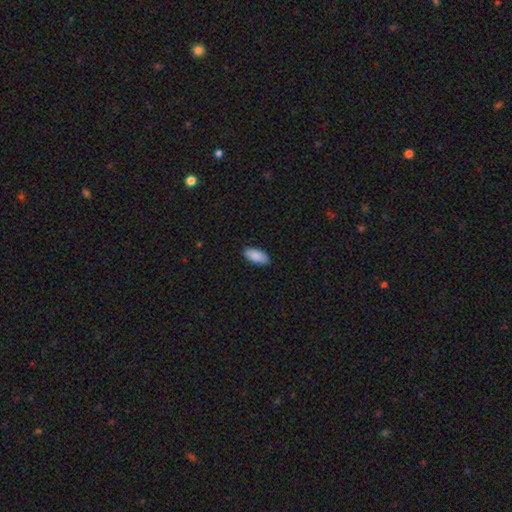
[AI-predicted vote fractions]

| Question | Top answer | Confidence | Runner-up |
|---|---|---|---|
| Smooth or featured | smooth | 90% | star or artifact (6%) |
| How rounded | in between | 90% | cigar-shaped (8%) |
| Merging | none | 88% | minor disturbance (9%) |